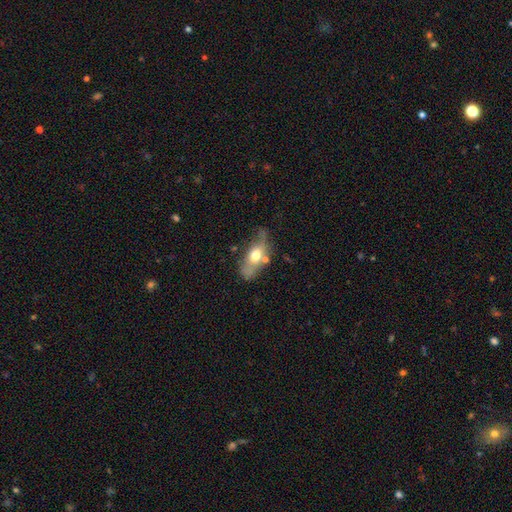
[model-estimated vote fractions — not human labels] Q: Smooth or featured?
A: smooth (54%); runner-up: featured or disk (39%)
Q: How rounded?
A: in between (78%); runner-up: cigar-shaped (14%)
Q: Merging?
A: none (43%); runner-up: minor disturbance (28%)